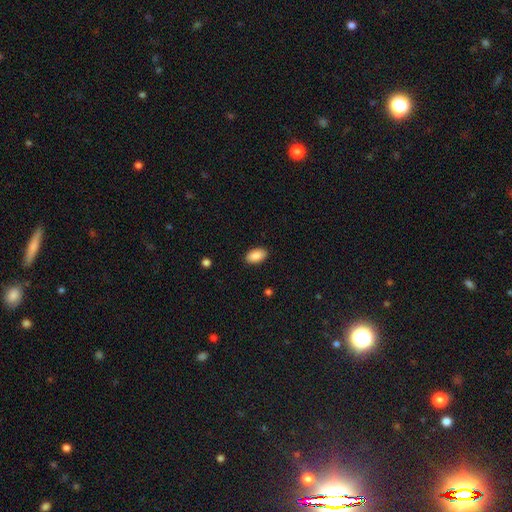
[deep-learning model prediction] Morphology: type=smooth (89%); roundness=in between (94%); merging=none (90%).